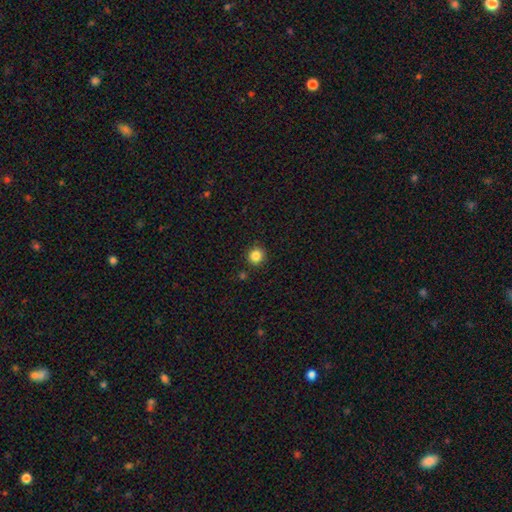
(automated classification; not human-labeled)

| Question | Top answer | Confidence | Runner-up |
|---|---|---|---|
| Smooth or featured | smooth | 84% | star or artifact (11%) |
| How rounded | round | 93% | in between (6%) |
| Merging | none | 90% | minor disturbance (6%) |